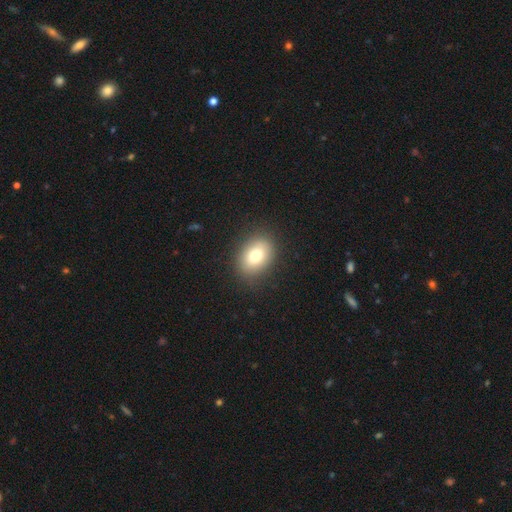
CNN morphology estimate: smooth 77%, featured or disk 13%, star or artifact 10%. Down the decision tree: how rounded — in between (71%); merging — none (86%).